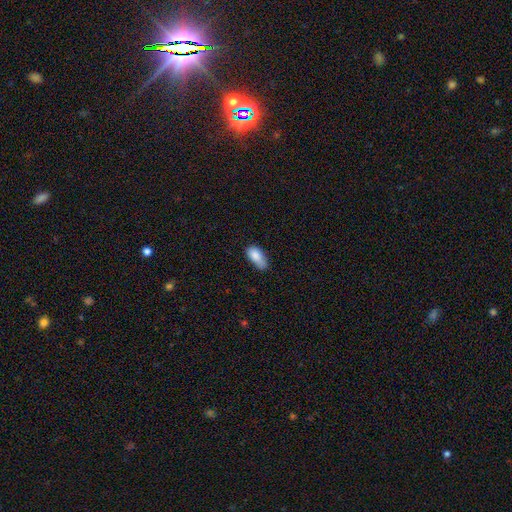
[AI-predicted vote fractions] A smooth galaxy with no disk features (83%) that is in between round and cigar-shaped (90%).

Vote fractions:
- Smooth or featured? smooth: 83% / featured or disk: 8% / star or artifact: 8%
- How rounded? in between: 90% / cigar-shaped: 7% / round: 4%
- Merging? none: 45% / minor disturbance: 40% / major disturbance: 11% / merger: 4%